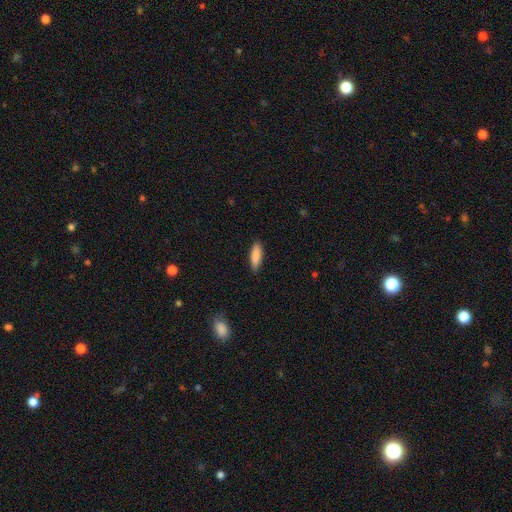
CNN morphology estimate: This is clearly a smooth galaxy (87%). How rounded: possibly in between (51%). Merging: clearly none (86%).